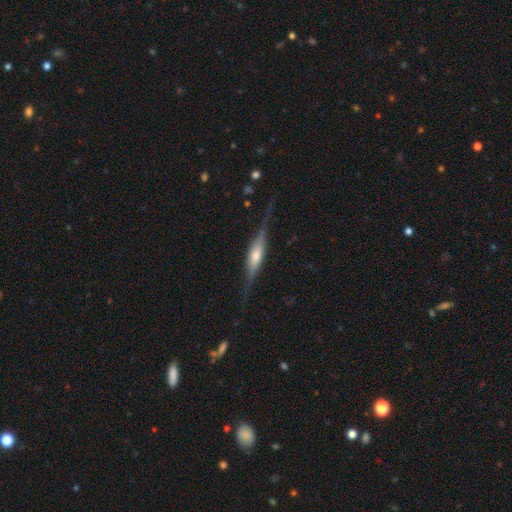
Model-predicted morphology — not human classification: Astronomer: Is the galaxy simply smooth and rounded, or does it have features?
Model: featured or disk — 73%.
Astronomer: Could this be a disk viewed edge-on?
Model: yes — 95%.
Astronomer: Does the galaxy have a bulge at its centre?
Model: rounded — 72%.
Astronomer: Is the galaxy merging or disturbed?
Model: none — 77%.